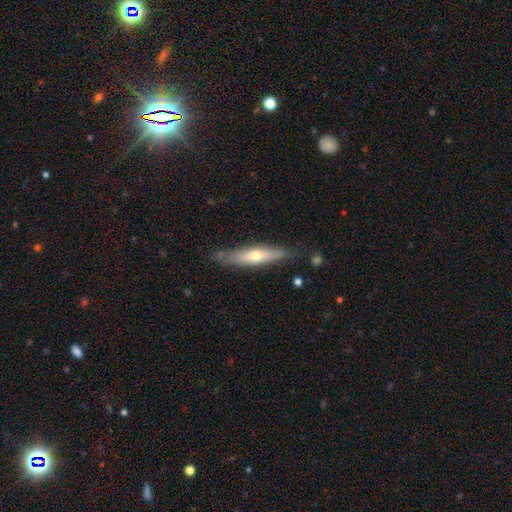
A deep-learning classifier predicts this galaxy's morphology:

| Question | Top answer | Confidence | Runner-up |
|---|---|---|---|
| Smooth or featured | smooth | 47% | tied: featured or disk (47%) |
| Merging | none | 78% | minor disturbance (16%) |